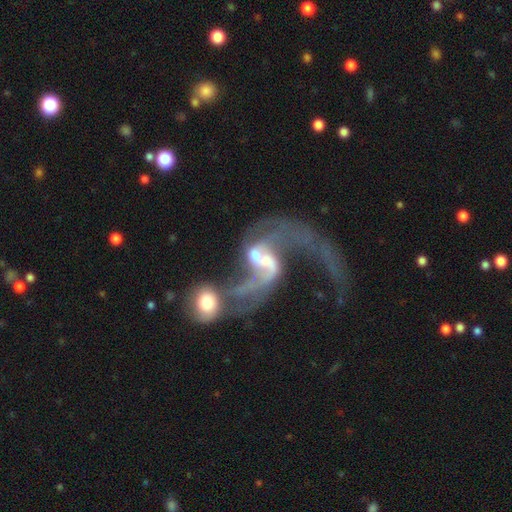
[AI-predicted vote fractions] smooth_or_featured: featured or disk (p=0.81) [alt: smooth p=0.10]
disk_edge_on: no (p=0.97) [alt: yes p=0.03]
bar: no (p=0.44) [alt: weak p=0.35]
has_spiral_arms: yes (p=0.84) [alt: no p=0.16]
spiral_winding: loose (p=0.82) [alt: medium p=0.14]
spiral_arm_count: 2 (p=0.74) [alt: 1 p=0.09]
bulge_size: moderate (p=0.39) [alt: small p=0.28]
merging: merger (p=0.60) [alt: major disturbance p=0.24]